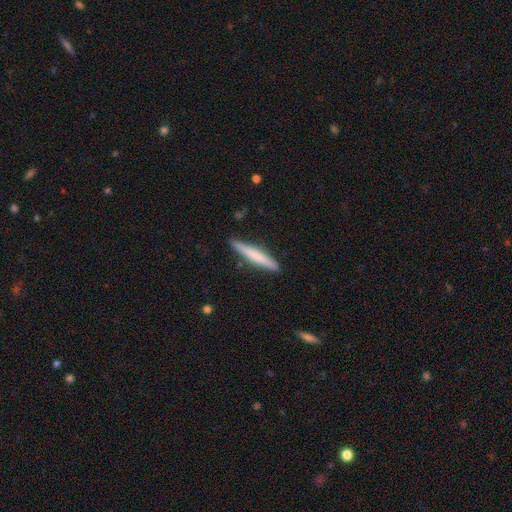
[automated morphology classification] A smooth galaxy with no disk features (65%) that is cigar-shaped (94%).

Vote fractions:
- Smooth or featured? smooth: 65% / featured or disk: 29% / star or artifact: 5%
- How rounded? cigar-shaped: 94% / in between: 4% / round: 1%
- Merging? none: 88% / minor disturbance: 9% / major disturbance: 2% / merger: 1%